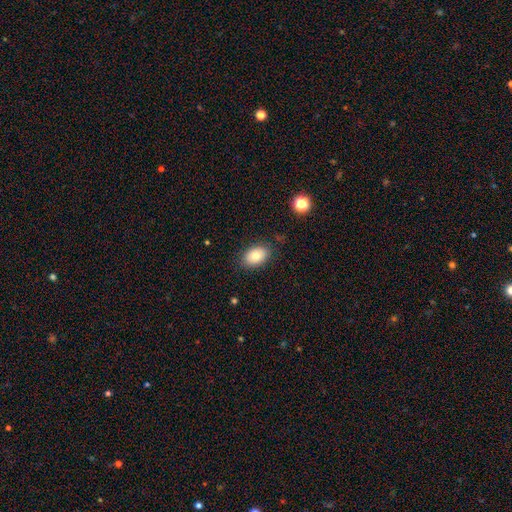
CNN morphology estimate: This appears to be a smooth galaxy with no disk features (79%) that is in between round and cigar-shaped (86%). Merging: none (84%).